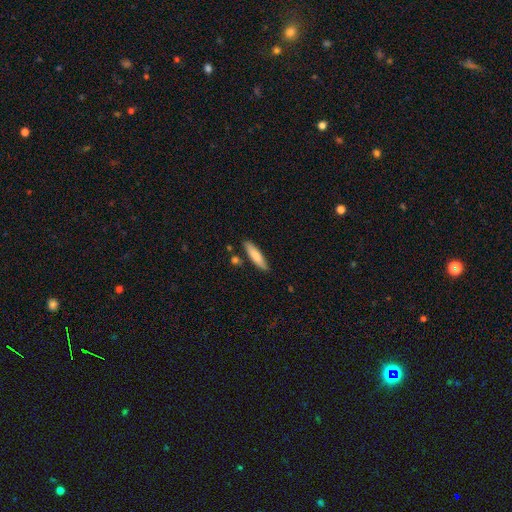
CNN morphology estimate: smooth 79%, featured or disk 16%, star or artifact 6%. Down the decision tree: how rounded — cigar-shaped (74%); merging — none (81%).